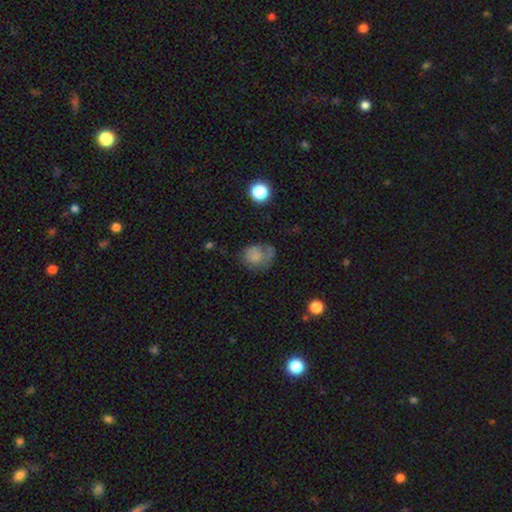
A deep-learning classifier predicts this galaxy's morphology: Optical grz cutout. It shows a smooth galaxy with no disk features (70%) that is round (64%). Merging: none (38%).